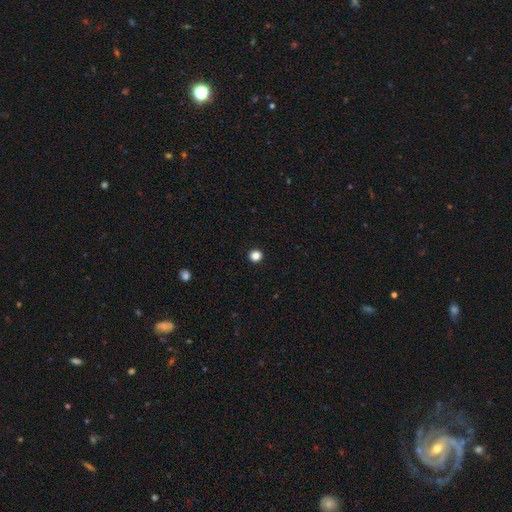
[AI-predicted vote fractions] Smooth or featured? smooth (85%)
How rounded? round (93%)
Merging? none (94%)